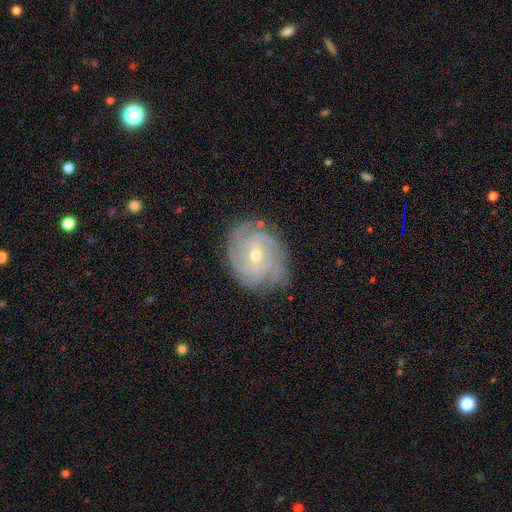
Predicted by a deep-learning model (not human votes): A featured or disk galaxy (89%) with no bar (60%), 4 (30%) tight (80%) spiral arms (98%) and a small central bulge (53%). Merging: none (83%).